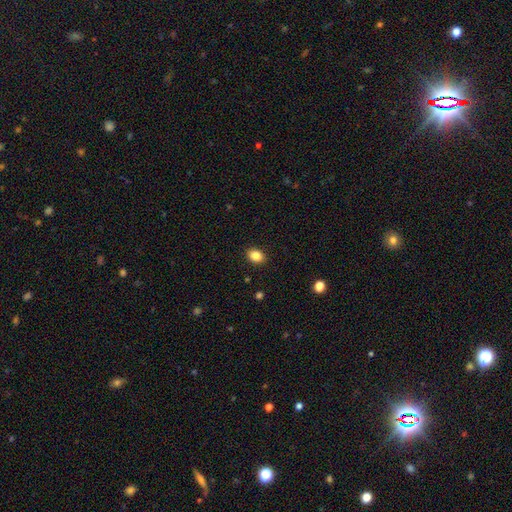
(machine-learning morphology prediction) smooth_or_featured: smooth (p=0.86) [alt: star or artifact p=0.10]
how_rounded: in between (p=0.66) [alt: round p=0.33]
merging: none (p=0.90) [alt: minor disturbance p=0.07]